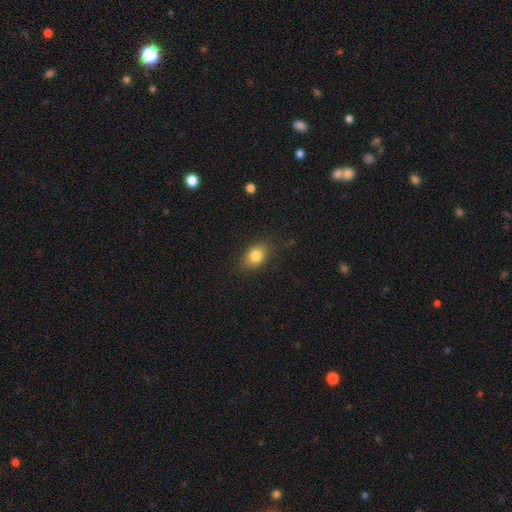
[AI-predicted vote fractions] Morphology: type=smooth (82%); roundness=in between (70%); merging=none (78%).